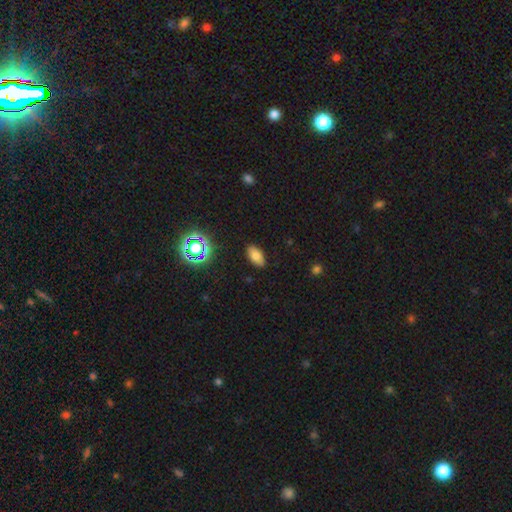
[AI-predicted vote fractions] smooth-or-featured: smooth: 75% | star or artifact: 15% | featured or disk: 10%
  how-rounded: in between: 91% | round: 5% | cigar-shaped: 4%
  merging: none: 87% | minor disturbance: 9% | major disturbance: 2% | merger: 1%